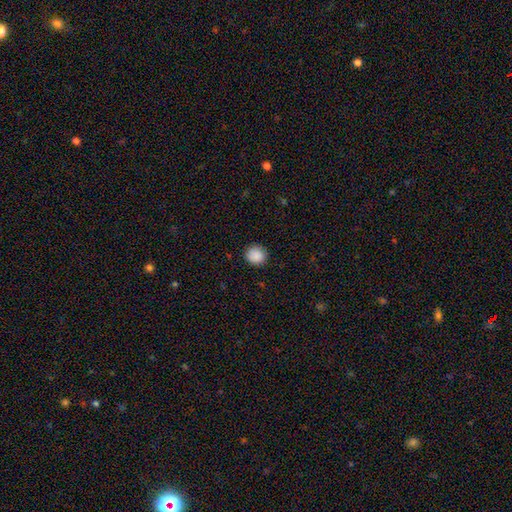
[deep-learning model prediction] smooth 89%, star or artifact 8%, featured or disk 3%. Down the decision tree: how rounded — round (91%); merging — none (90%).